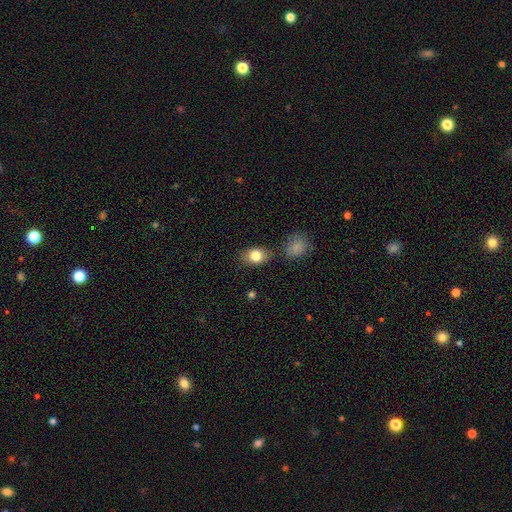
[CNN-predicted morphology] Smooth or featured: smooth — 81% (featured or disk — 11%)
How rounded: in between — 72% (round — 27%)
Merging: none — 77% (minor disturbance — 14%)